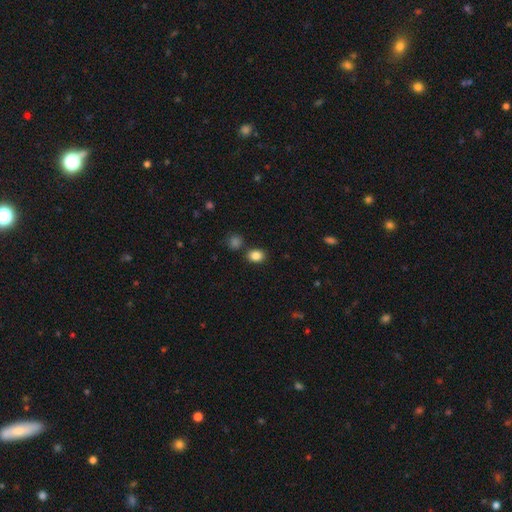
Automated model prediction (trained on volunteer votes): Q: Smooth or featured?
A: smooth (85%); runner-up: star or artifact (10%)
Q: How rounded?
A: in between (56%); runner-up: round (43%)
Q: Merging?
A: none (80%); runner-up: minor disturbance (10%)